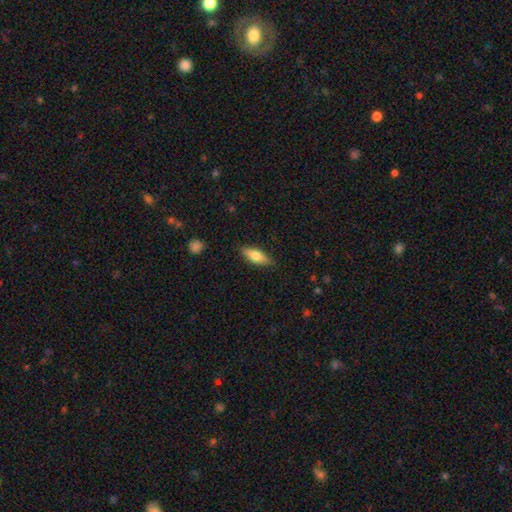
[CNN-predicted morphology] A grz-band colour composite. It shows a smooth galaxy with no disk features (68%) that is in between round and cigar-shaped (62%). Merging: none (86%).